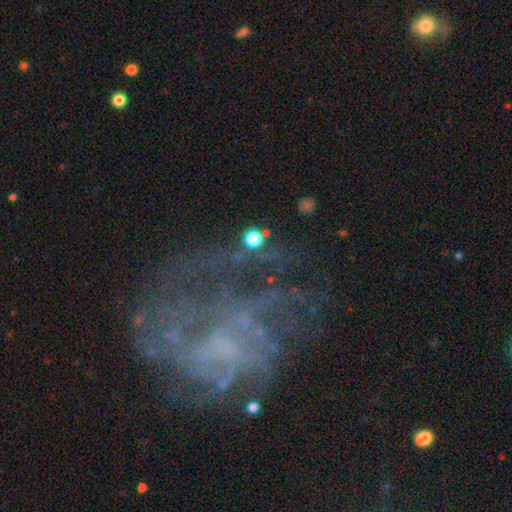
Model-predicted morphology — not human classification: Smooth or featured? featured or disk (70%)
Edge-on disk? no (98%)
Bar? no (74%)
Spiral arms? yes (61%)
Bulge size? none (59%)
Merging? none (47%)